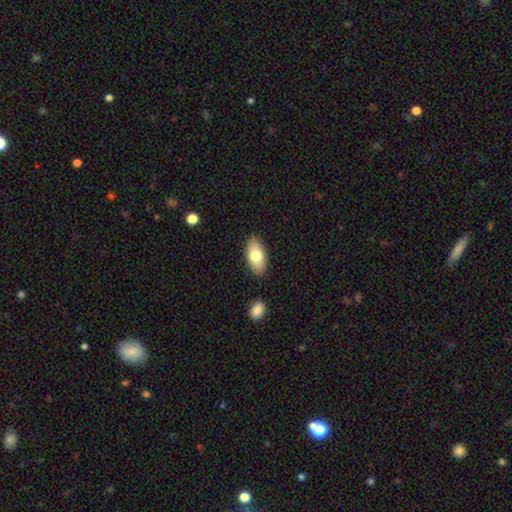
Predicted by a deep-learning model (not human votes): This is likely a smooth galaxy (75%). How rounded: clearly in between (93%). Merging: clearly none (86%).